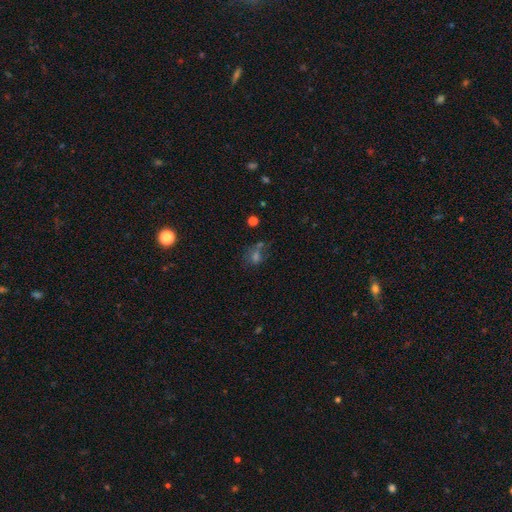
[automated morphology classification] type=smooth (44%); merging=none (51%).